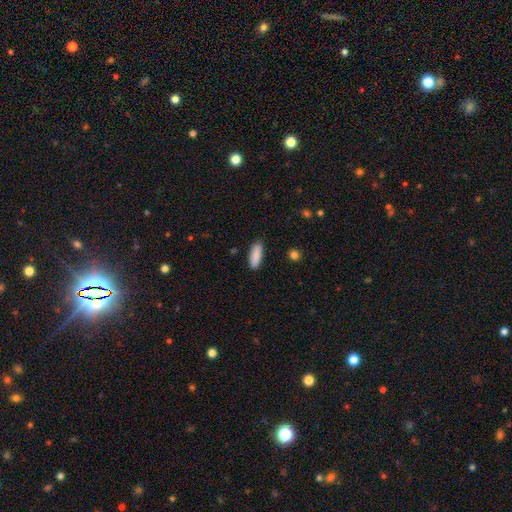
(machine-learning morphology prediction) Smooth or featured: smooth — 89% (star or artifact — 6%)
How rounded: in between — 62% (cigar-shaped — 37%)
Merging: none — 87% (minor disturbance — 10%)